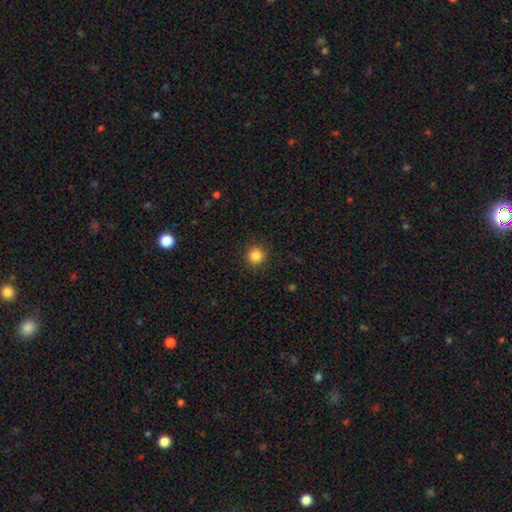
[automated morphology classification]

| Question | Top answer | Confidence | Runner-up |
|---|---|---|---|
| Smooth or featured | smooth | 85% | star or artifact (11%) |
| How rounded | round | 94% | in between (5%) |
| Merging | none | 91% | minor disturbance (6%) |